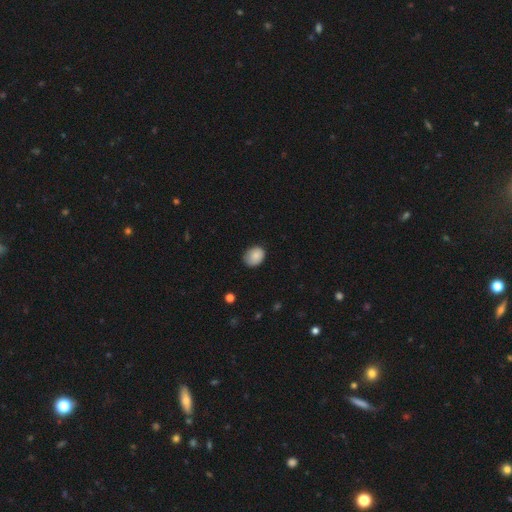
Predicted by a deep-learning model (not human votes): Q: Smooth or featured?
A: smooth (86%); runner-up: star or artifact (8%)
Q: How rounded?
A: in between (56%); runner-up: round (43%)
Q: Merging?
A: none (76%); runner-up: minor disturbance (20%)